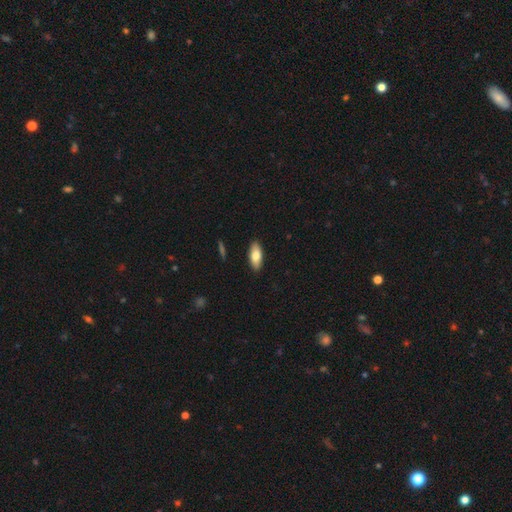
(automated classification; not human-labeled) smooth 79%, featured or disk 15%, star or artifact 6%. Down the decision tree: how rounded — in between (83%); merging — none (89%).